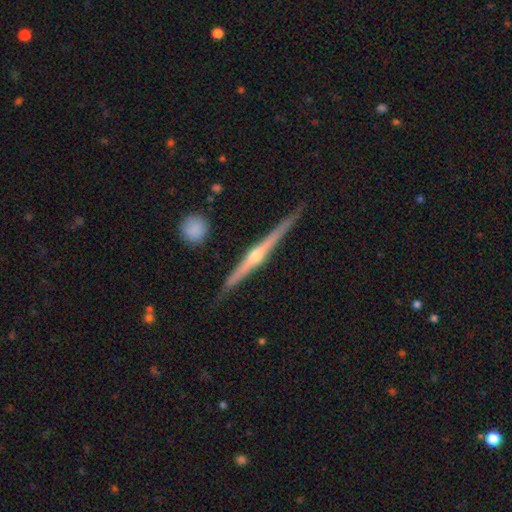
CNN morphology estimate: Smooth or featured?
  - featured or disk: 82% *
  - smooth: 13%
  - star or artifact: 5%
Edge-on disk?
  - yes: 98% *
  - no: 2%
Edge-on bulge?
  - rounded: 90% *
  - none: 7%
  - boxy: 4%
Merging?
  - none: 86% *
  - minor disturbance: 10%
  - major disturbance: 2%
  - merger: 2%